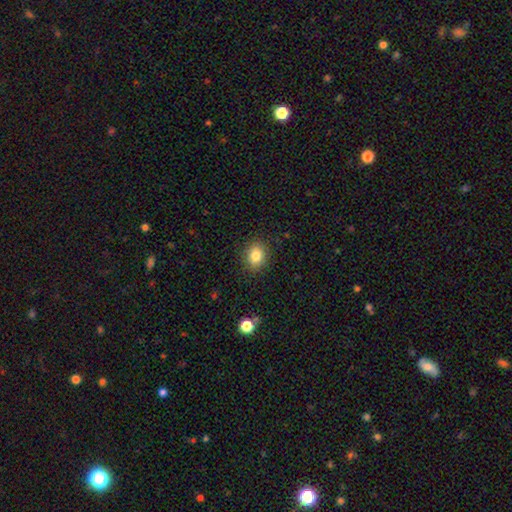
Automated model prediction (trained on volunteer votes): Q: Smooth or featured?
A: smooth (83%); runner-up: star or artifact (10%)
Q: How rounded?
A: round (52%); runner-up: in between (47%)
Q: Merging?
A: none (88%); runner-up: minor disturbance (8%)